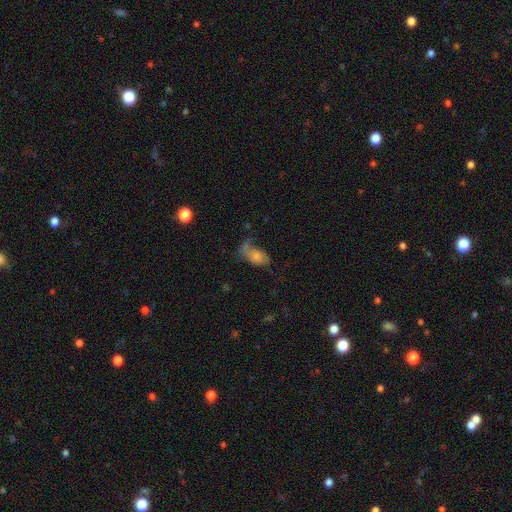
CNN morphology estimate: A smooth galaxy with no disk features (65%) that is in between round and cigar-shaped (89%).

Vote fractions:
- Smooth or featured? smooth: 65% / featured or disk: 25% / star or artifact: 10%
- How rounded? in between: 89% / round: 8% / cigar-shaped: 3%
- Merging? none: 32% / major disturbance: 31% / minor disturbance: 24% / merger: 13%